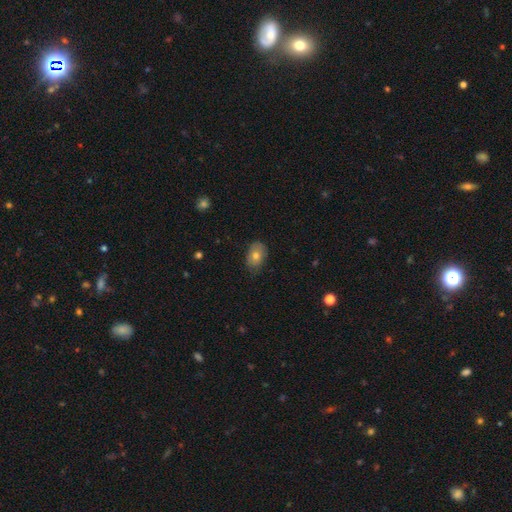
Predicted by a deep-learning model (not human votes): A smooth galaxy with no disk features (67%) that is in between round and cigar-shaped (81%). Merging: none (73%).